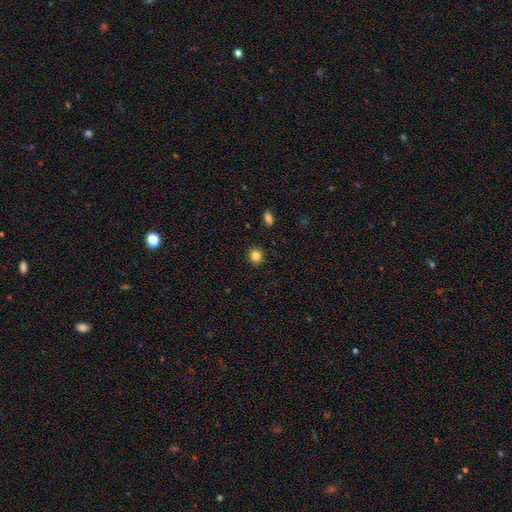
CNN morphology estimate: A smooth galaxy with no disk features (85%) that is round (83%). Merging: none (91%).